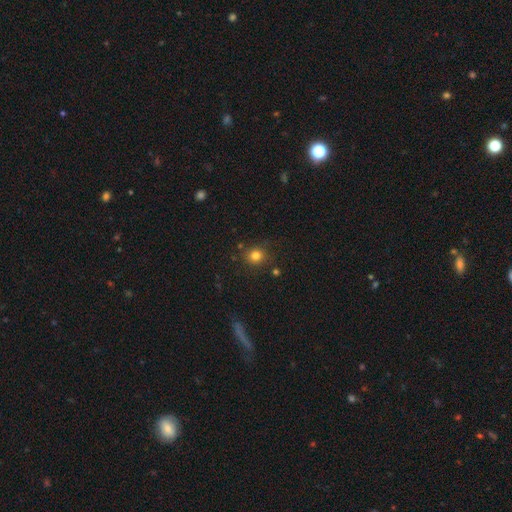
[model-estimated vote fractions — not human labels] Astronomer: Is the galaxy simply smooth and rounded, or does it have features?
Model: smooth — 79%.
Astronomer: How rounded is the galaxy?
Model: round — 86%.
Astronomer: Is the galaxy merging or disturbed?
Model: none — 84%.